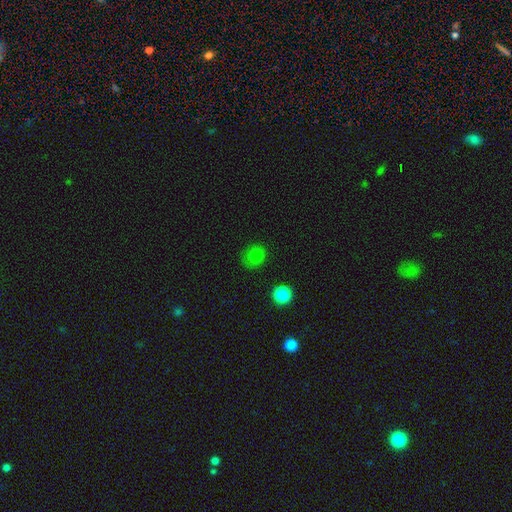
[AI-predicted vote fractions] A smooth galaxy with no disk features (78%) that is round (78%). Merging: none (78%).